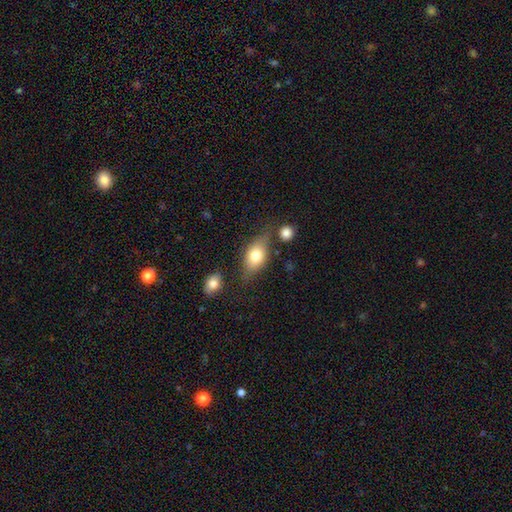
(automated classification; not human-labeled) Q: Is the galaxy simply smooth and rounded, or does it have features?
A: smooth — 70%.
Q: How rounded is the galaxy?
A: in between — 81%.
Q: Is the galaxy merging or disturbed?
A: none — 62%.